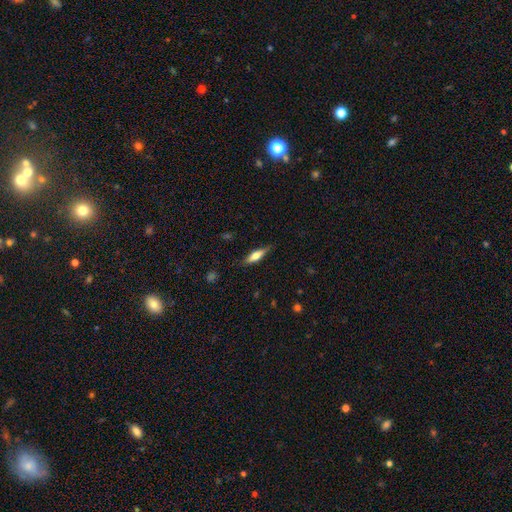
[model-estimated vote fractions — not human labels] smooth_or_featured: smooth (p=0.50) [alt: featured or disk p=0.43]
how_rounded: cigar-shaped (p=0.60) [alt: in between p=0.37]
merging: none (p=0.82) [alt: minor disturbance p=0.14]